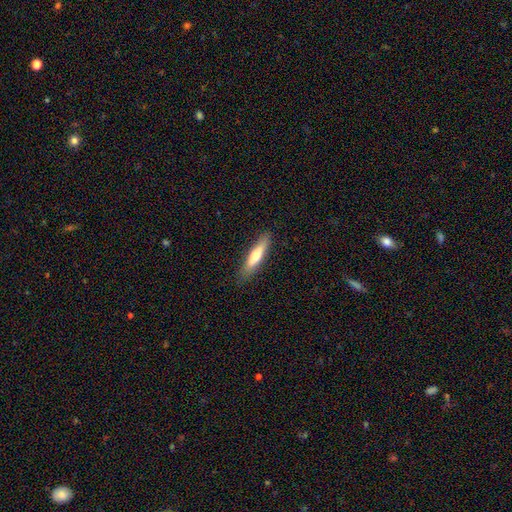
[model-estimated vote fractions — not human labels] smooth 61%, featured or disk 33%, star or artifact 6%. Down the decision tree: how rounded — cigar-shaped (82%); merging — none (86%).